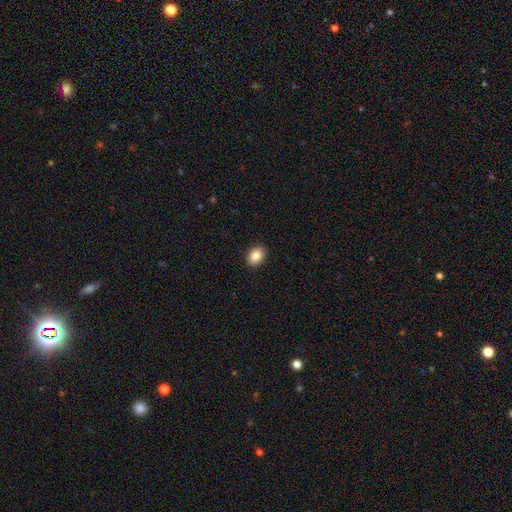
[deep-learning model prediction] A smooth galaxy with no disk features (87%) that is in between round and cigar-shaped (73%). Merging: none (91%).